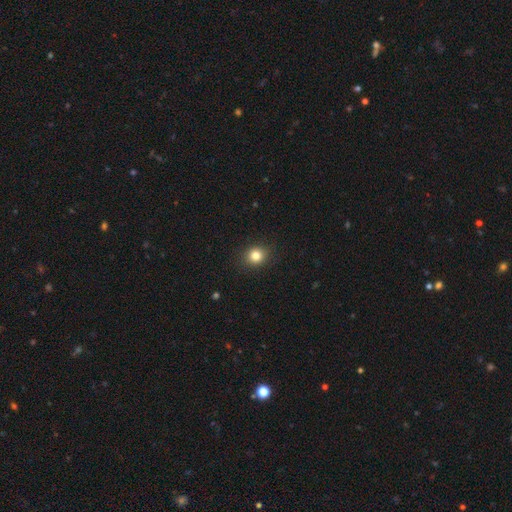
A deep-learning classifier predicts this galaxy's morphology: Smooth or featured? smooth (82%)
How rounded? round (79%)
Merging? none (90%)